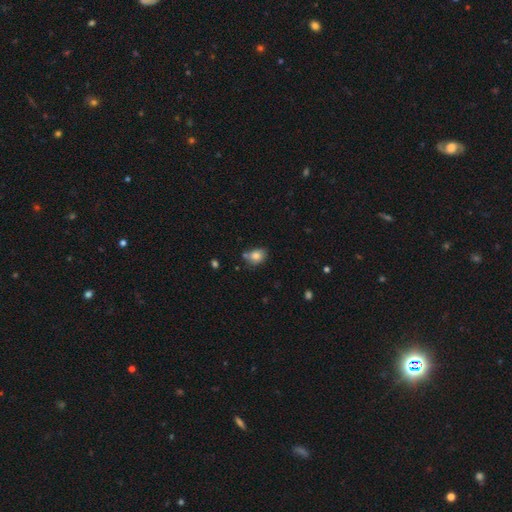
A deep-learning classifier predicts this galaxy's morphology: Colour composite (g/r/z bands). It shows a smooth galaxy with no disk features (81%) that is in between round and cigar-shaped (60%). Merging: none (62%).